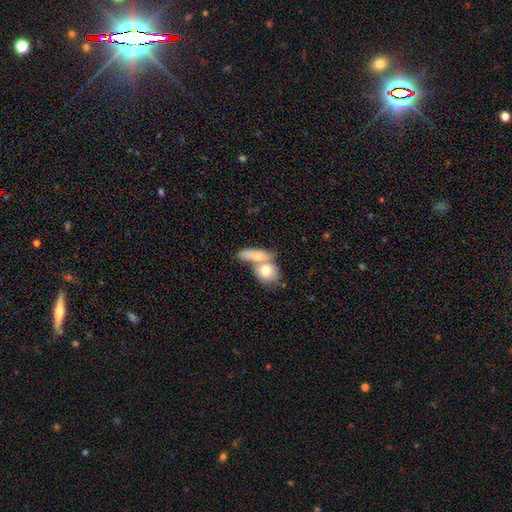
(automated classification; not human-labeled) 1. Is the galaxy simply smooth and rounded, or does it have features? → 73% smooth, 20% featured or disk, 6% star or artifact.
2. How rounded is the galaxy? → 53% in between, 28% round, 19% cigar-shaped.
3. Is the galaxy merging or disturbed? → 61% merger, 26% none, 8% minor disturbance, 5% major disturbance.